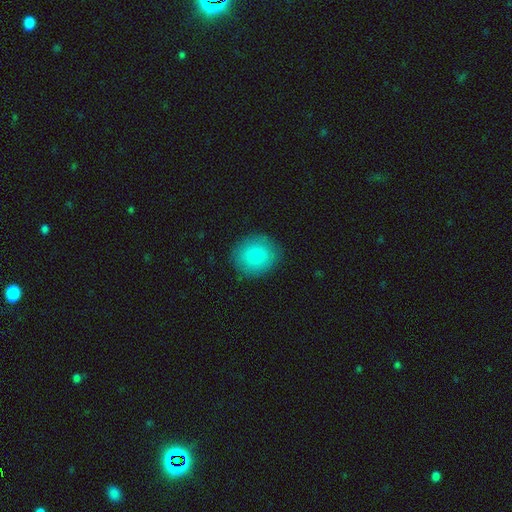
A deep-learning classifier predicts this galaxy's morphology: Q: Smooth or featured?
A: smooth (84%); runner-up: featured or disk (8%)
Q: How rounded?
A: round (82%); runner-up: in between (17%)
Q: Merging?
A: none (86%); runner-up: minor disturbance (10%)